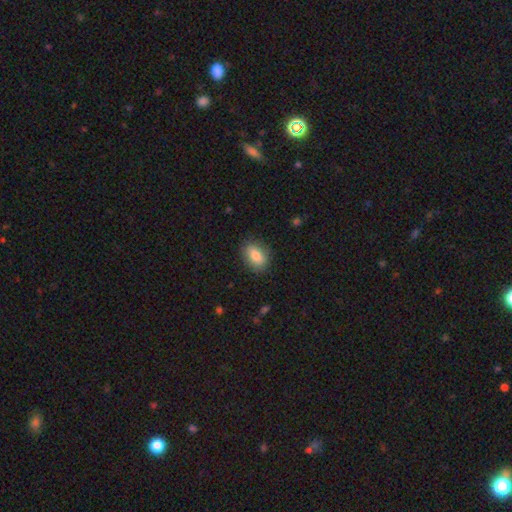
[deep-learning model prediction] smooth-or-featured: smooth: 82% | featured or disk: 11% | star or artifact: 8%
  how-rounded: in between: 79% | round: 19% | cigar-shaped: 3%
  merging: none: 84% | minor disturbance: 12% | major disturbance: 3% | merger: 1%